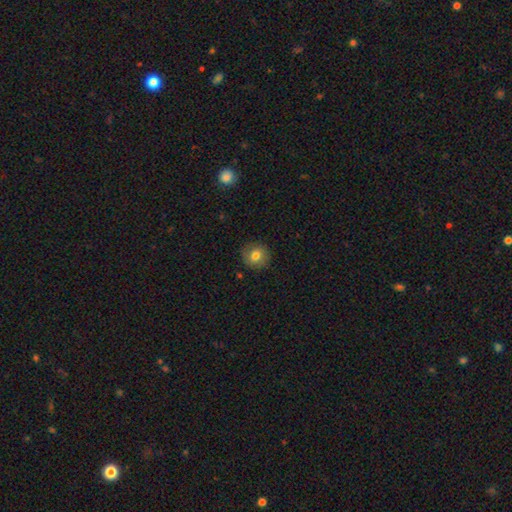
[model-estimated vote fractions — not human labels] The model was most divided on "smooth or featured": smooth: 77%, featured or disk: 14%, star or artifact: 10%. More confident: how rounded — round (89%); merging — none (88%).